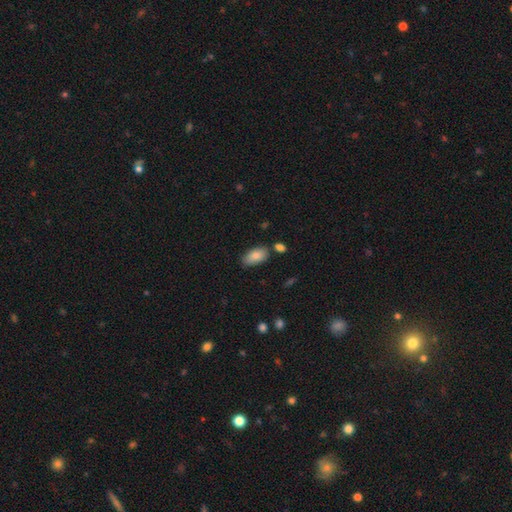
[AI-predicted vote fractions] Smooth or featured? Predicted: smooth (p=0.82). How rounded? Predicted: in between (p=0.94). Merging? Predicted: none (p=0.74).